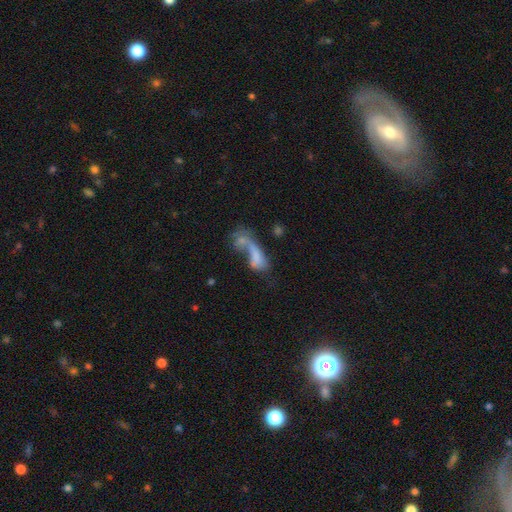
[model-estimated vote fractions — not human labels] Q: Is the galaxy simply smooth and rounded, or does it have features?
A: smooth — 58%.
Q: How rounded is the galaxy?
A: in between — 65%.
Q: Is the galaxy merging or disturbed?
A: merger — 49%.